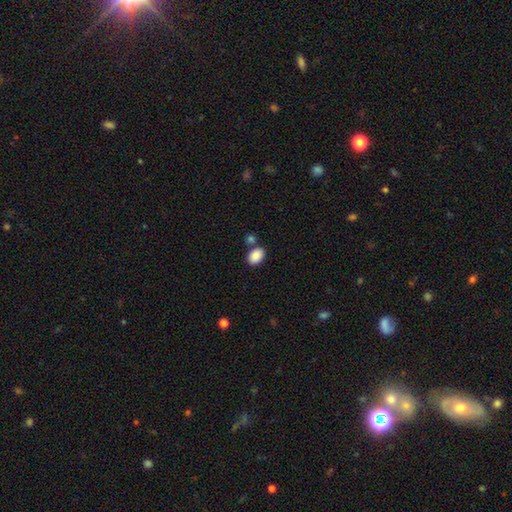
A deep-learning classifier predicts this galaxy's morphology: This is clearly a smooth galaxy (89%). How rounded: clearly in between (85%). Merging: likely none (73%).